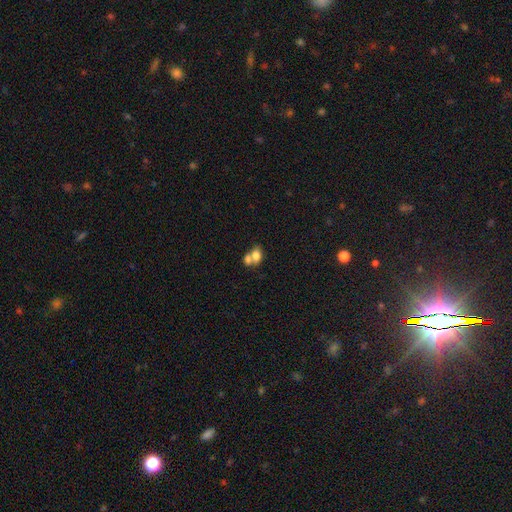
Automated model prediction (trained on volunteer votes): This is likely a smooth galaxy (74%). How rounded: likely in between (74%). Merging: likely merger (62%).